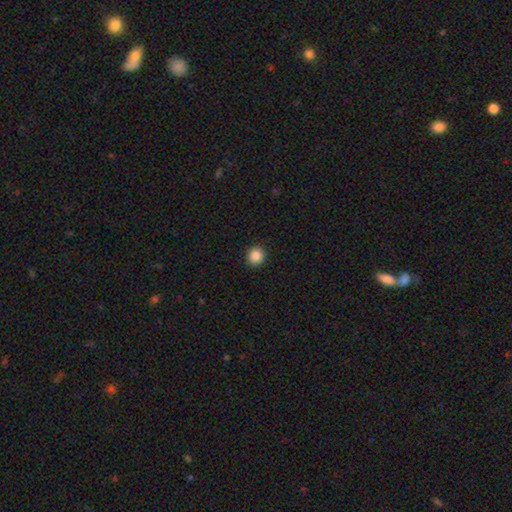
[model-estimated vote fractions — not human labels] This appears to be a smooth galaxy with no disk features (87%) that is round (90%). Merging: none (92%).